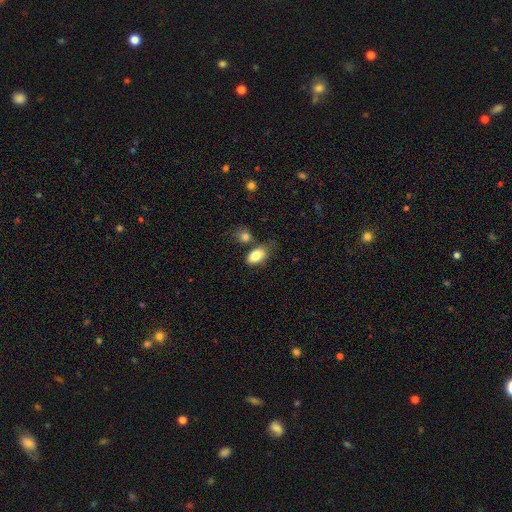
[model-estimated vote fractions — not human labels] A smooth galaxy with no disk features (83%) that is in between round and cigar-shaped (90%). Merging: none (51%).